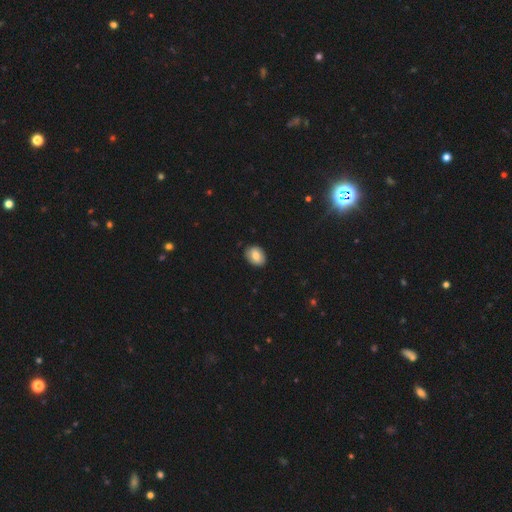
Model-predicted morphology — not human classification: This appears to be a smooth galaxy with no disk features (80%) that is in between round and cigar-shaped (66%). Merging: none (87%).